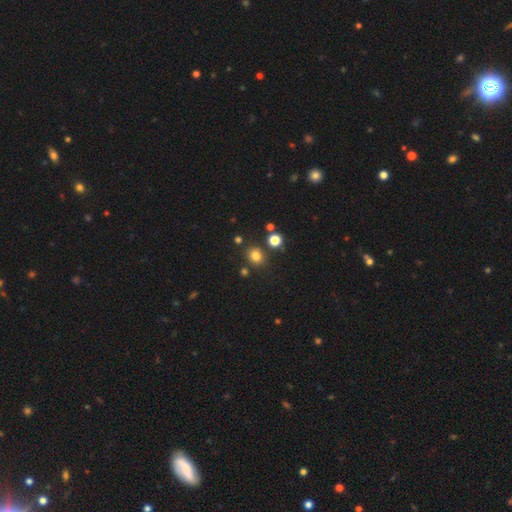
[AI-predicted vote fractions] A smooth galaxy with no disk features (79%) that is round (70%). Merging: none (81%).